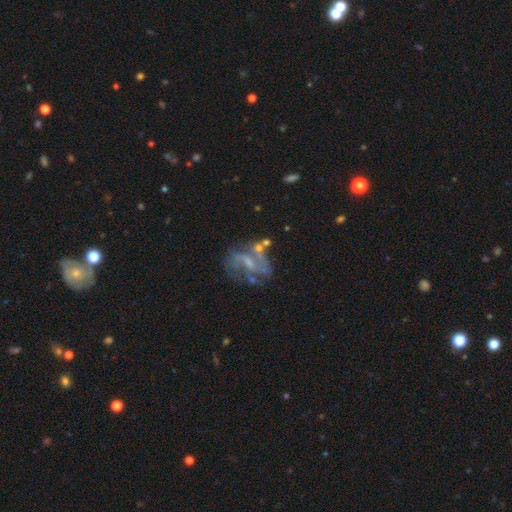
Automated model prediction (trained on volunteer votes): featured or disk 69%, smooth 18%, star or artifact 14%. Down the decision tree: edge-on disk — no (96%); bar — weak (44%); spiral arms — yes (61%); bulge size — small (45%); merging — none (43%).